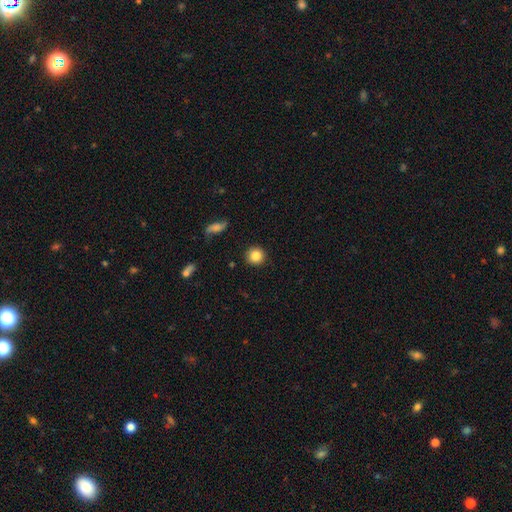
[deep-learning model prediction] Morphology: type=smooth (85%); roundness=round (93%); merging=none (90%).